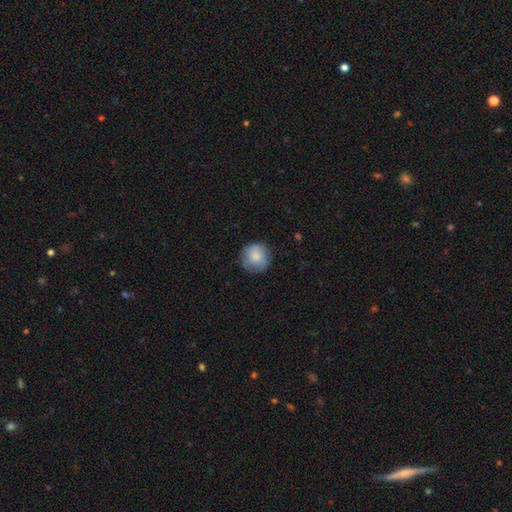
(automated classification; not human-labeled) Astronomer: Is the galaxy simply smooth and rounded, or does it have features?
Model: smooth — 82%.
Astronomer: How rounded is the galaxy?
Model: round — 93%.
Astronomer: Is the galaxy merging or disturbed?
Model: none — 79%.